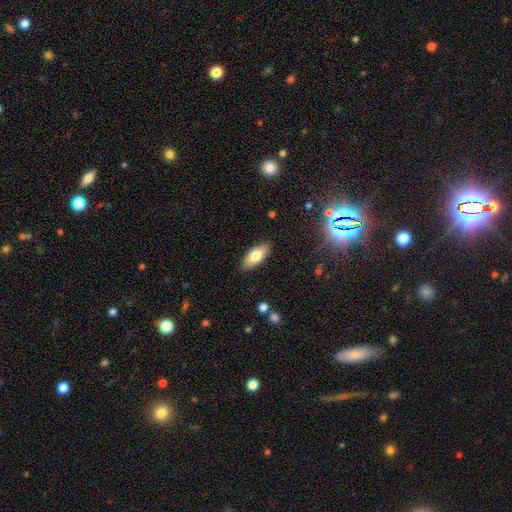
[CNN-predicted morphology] This appears to be a smooth galaxy with no disk features (76%) that is in between round and cigar-shaped (86%). Merging: none (88%).